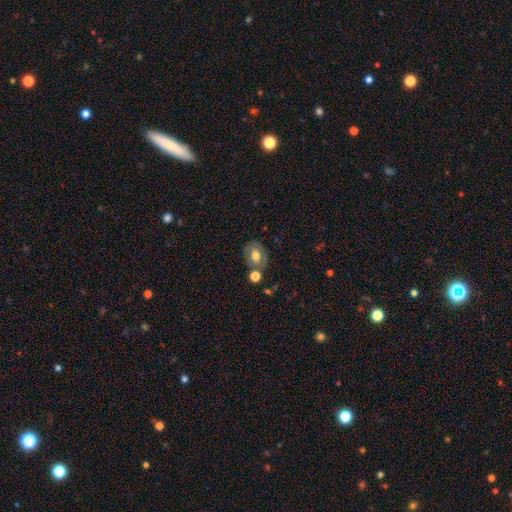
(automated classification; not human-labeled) Overall: smooth (57%; featured or disk 34%). How rounded: in between (63%; round 36%). Merging: none (62%).